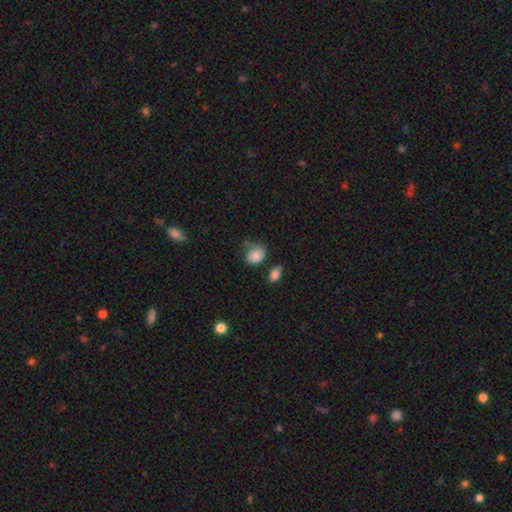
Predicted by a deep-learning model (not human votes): Smooth or featured: smooth — 77% (featured or disk — 14%)
How rounded: in between — 53% (round — 46%)
Merging: none — 39% (minor disturbance — 31%)